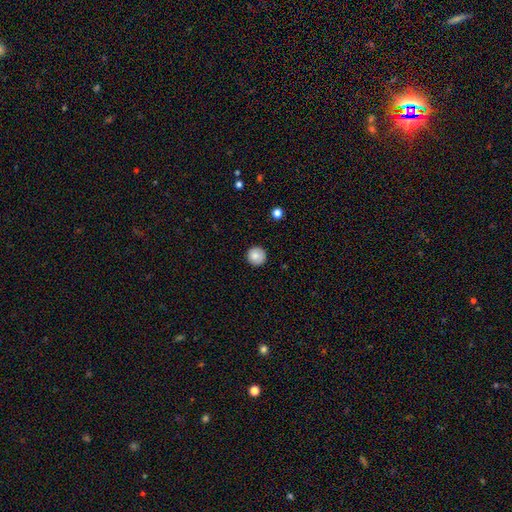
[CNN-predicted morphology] Smooth or featured? Predicted: smooth (p=0.86). How rounded? Predicted: round (p=0.96). Merging? Predicted: none (p=0.91).